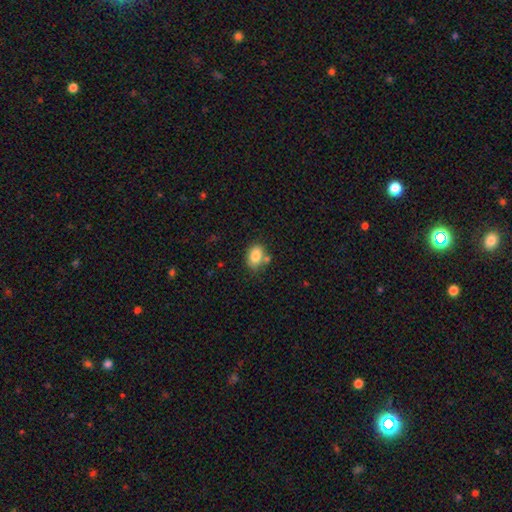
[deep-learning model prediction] Smooth or featured?
  - smooth: 83% *
  - star or artifact: 9%
  - featured or disk: 8%
How rounded?
  - in between: 78% *
  - round: 21%
  - cigar-shaped: 1%
Merging?
  - none: 66% *
  - minor disturbance: 15%
  - merger: 15%
  - major disturbance: 4%